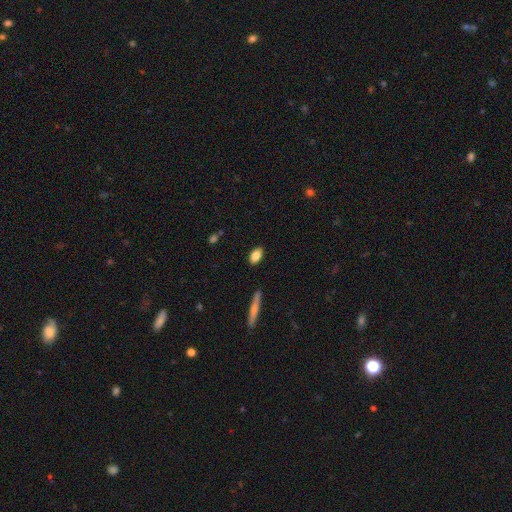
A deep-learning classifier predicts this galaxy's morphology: The model was most divided on "smooth or featured": smooth: 84%, featured or disk: 9%, star or artifact: 7%. More confident: how rounded — in between (89%); merging — none (87%).